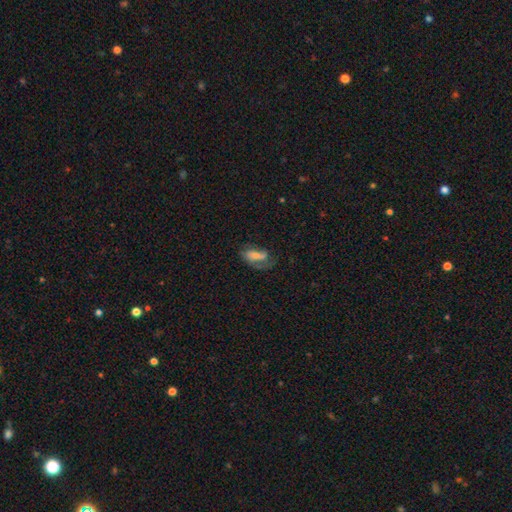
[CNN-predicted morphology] type=featured or disk (46%); merging=none (38%).